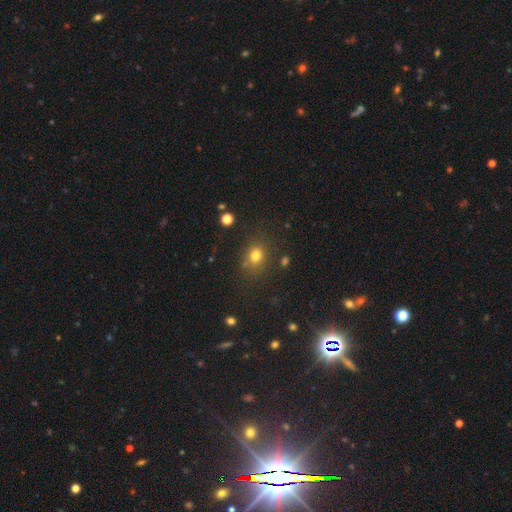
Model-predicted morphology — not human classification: A smooth galaxy with no disk features (77%) that is round (64%).

Vote fractions:
- Smooth or featured? smooth: 77% / star or artifact: 16% / featured or disk: 7%
- How rounded? round: 64% / in between: 35% / cigar-shaped: 1%
- Merging? none: 76% / minor disturbance: 13% / major disturbance: 5% / merger: 5%